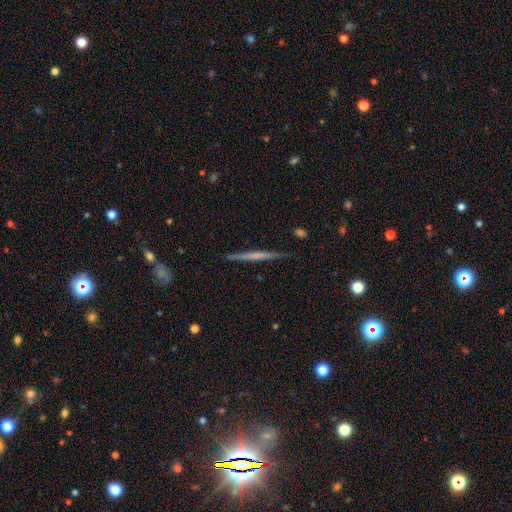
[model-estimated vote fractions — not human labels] Smooth or featured?
  - featured or disk: 57% *
  - smooth: 37%
  - star or artifact: 6%
Edge-on disk?
  - yes: 97% *
  - no: 3%
Edge-on bulge?
  - none: 71% *
  - rounded: 18%
  - boxy: 11%
Merging?
  - none: 87% *
  - minor disturbance: 10%
  - major disturbance: 2%
  - merger: 2%